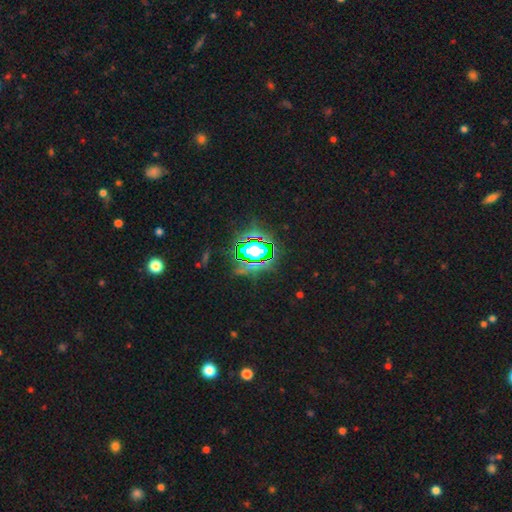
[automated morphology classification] smooth_or_featured: star or artifact (p=0.84) [alt: smooth p=0.09]